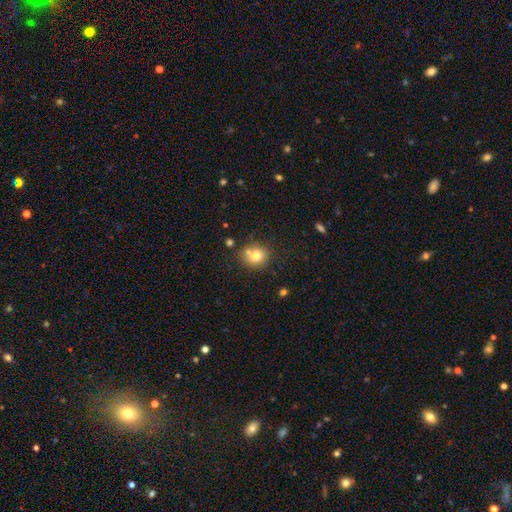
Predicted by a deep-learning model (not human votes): A smooth galaxy with no disk features (74%) that is round (83%). Merging: none (65%).